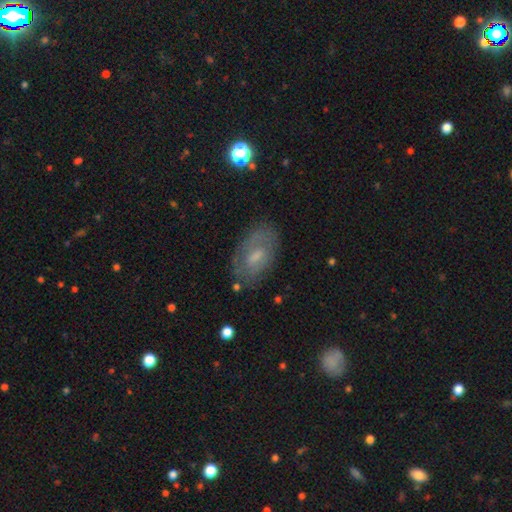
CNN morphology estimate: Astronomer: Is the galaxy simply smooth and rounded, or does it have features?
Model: featured or disk — 50% (runner-up: smooth, 40%).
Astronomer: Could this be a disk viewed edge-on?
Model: no — 92%.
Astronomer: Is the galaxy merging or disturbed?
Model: none — 70%.